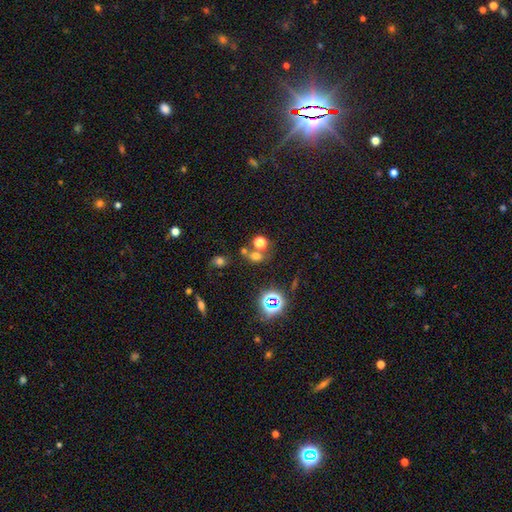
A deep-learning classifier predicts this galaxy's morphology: Smooth or featured: smooth — 56% (star or artifact — 34%)
How rounded: round — 59% (in between — 39%)
Merging: none — 55% (merger — 28%)